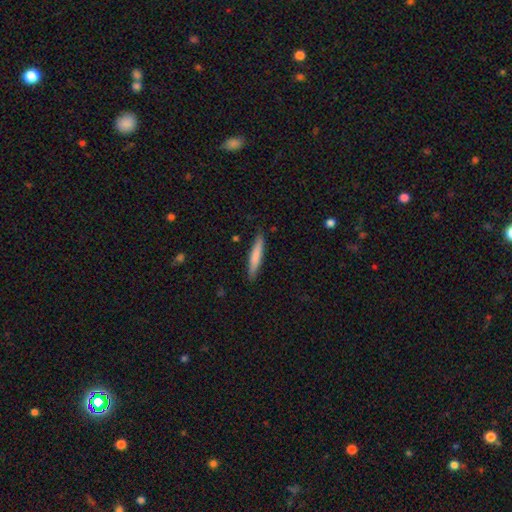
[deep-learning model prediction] Smooth or featured?
  - smooth: 77% *
  - featured or disk: 18%
  - star or artifact: 5%
How rounded?
  - cigar-shaped: 91% *
  - in between: 7%
  - round: 1%
Merging?
  - none: 87% *
  - minor disturbance: 10%
  - major disturbance: 2%
  - merger: 1%